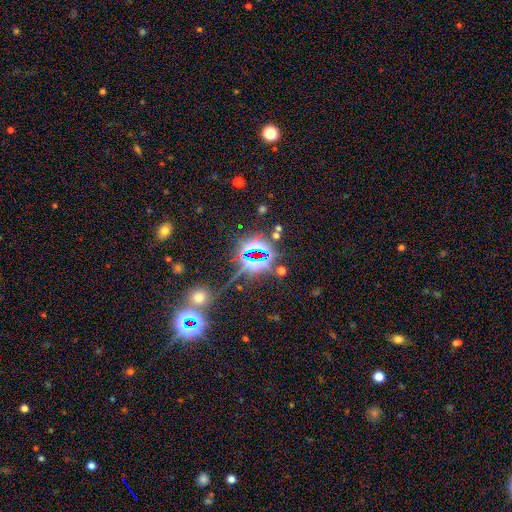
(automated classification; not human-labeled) This appears to be a star or artifact, not a galaxy (76%).